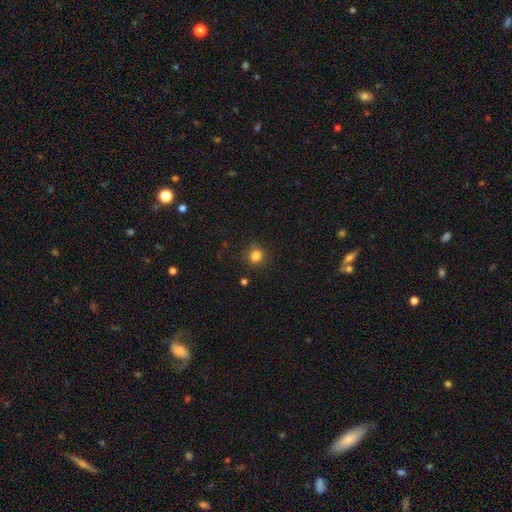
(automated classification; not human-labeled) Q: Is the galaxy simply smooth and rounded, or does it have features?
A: smooth — 83%.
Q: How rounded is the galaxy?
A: round — 86%.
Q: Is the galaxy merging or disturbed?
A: none — 86%.